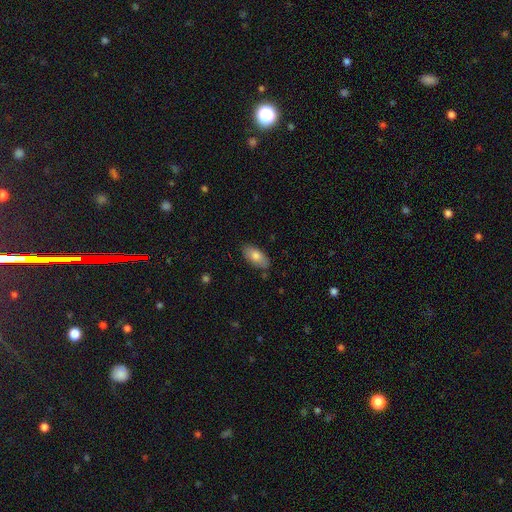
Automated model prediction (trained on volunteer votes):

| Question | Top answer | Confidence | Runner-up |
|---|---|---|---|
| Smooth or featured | smooth | 78% | featured or disk (16%) |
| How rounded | in between | 91% | cigar-shaped (6%) |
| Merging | none | 82% | minor disturbance (14%) |